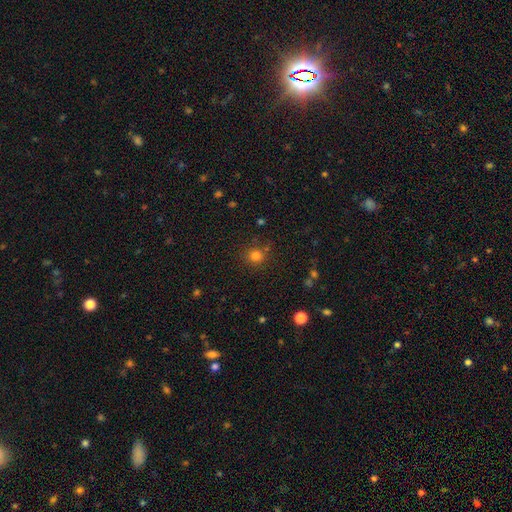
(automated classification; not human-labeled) This is likely a smooth galaxy (79%). How rounded: clearly round (88%). Merging: clearly none (80%).